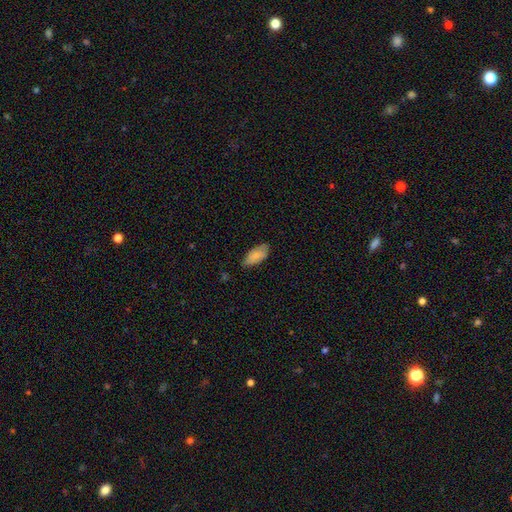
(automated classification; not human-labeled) Smooth or featured: smooth — 76% (featured or disk — 17%)
How rounded: in between — 90% (cigar-shaped — 8%)
Merging: none — 67% (minor disturbance — 27%)